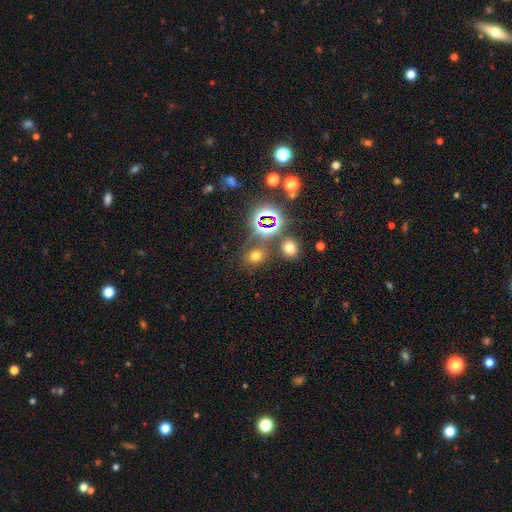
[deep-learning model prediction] Q: Smooth or featured?
A: smooth (57%); runner-up: star or artifact (36%)
Q: How rounded?
A: round (65%); runner-up: in between (34%)
Q: Merging?
A: none (74%); runner-up: merger (11%)